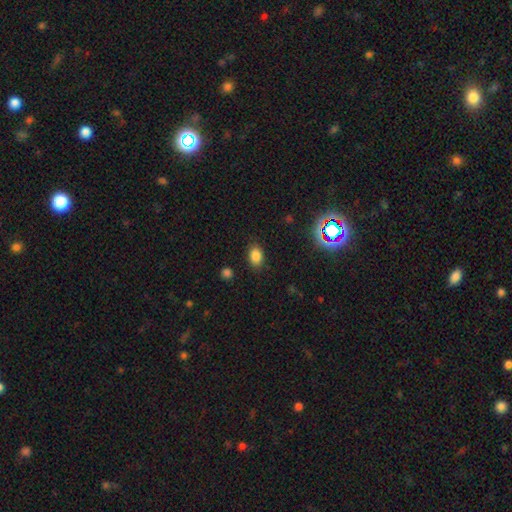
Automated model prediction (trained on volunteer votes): A smooth galaxy with no disk features (82%) that is in between round and cigar-shaped (78%). Merging: none (85%).